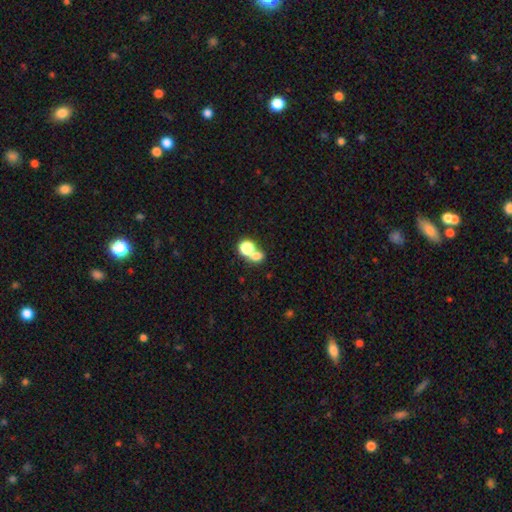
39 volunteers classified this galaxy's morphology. type=smooth (77%); roundness=round (50%, tied with in between); merging=merger (61%).